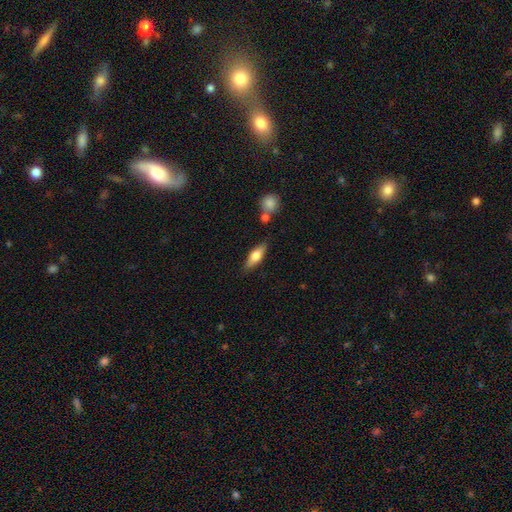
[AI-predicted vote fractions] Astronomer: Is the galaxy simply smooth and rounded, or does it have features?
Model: smooth — 63%.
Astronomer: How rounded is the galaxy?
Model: in between — 58% (runner-up: cigar-shaped, 39%).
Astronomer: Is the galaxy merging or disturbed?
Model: none — 80%.